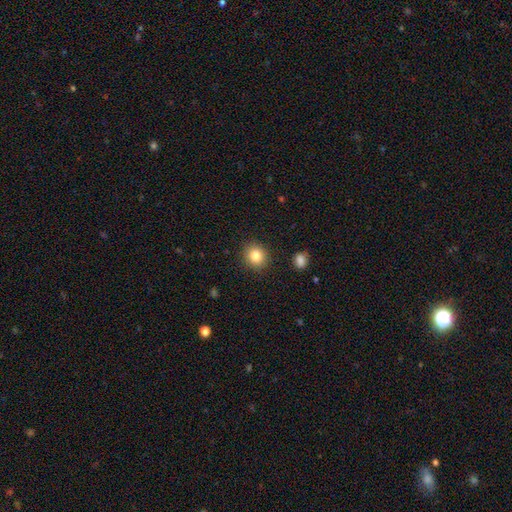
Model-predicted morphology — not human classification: type=smooth (84%); roundness=round (82%); merging=none (90%).